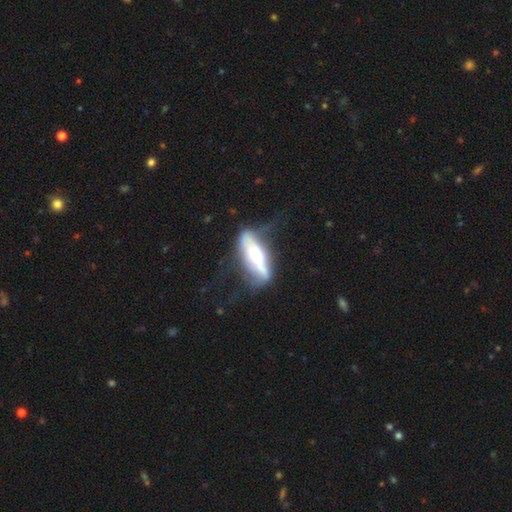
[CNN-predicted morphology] smooth_or_featured: featured or disk (p=0.57) [alt: smooth p=0.37]
disk_edge_on: yes (p=0.60) [alt: no p=0.40]
merging: none (p=0.42) [alt: minor disturbance p=0.29]